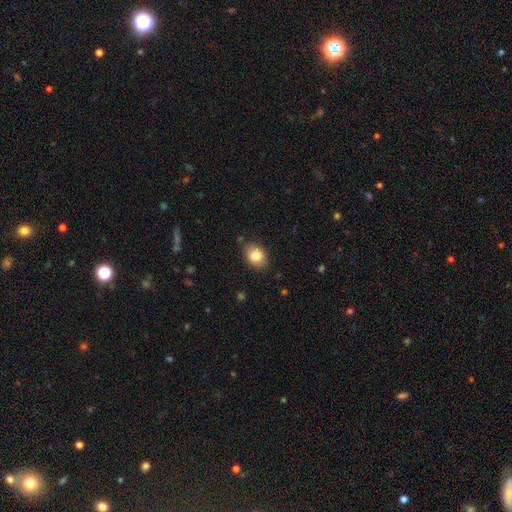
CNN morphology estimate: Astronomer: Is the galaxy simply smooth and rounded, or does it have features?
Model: smooth — 82%.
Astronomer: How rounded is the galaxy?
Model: in between — 71%.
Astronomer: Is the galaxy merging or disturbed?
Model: none — 84%.